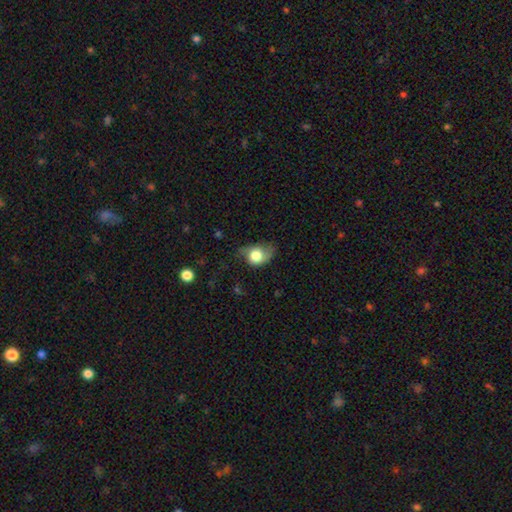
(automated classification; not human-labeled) This appears to be a smooth galaxy with no disk features (72%) that is in between round and cigar-shaped (58%). Merging: none (39%).